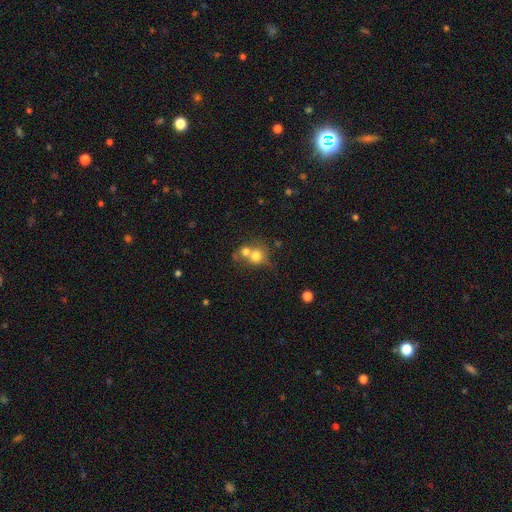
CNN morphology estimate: The model was most divided on "merging": merger: 55%, none: 32%, minor disturbance: 8%, major disturbance: 5%. More confident: how rounded — round (80%); smooth or featured — smooth (72%).